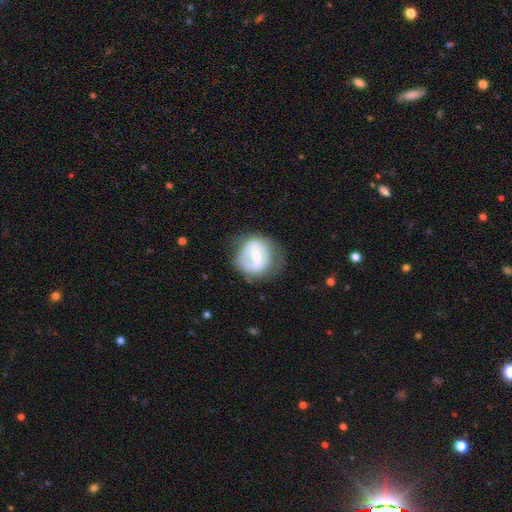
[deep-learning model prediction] smooth_or_featured: featured or disk (p=0.61) [alt: smooth p=0.33]
disk_edge_on: no (p=0.97) [alt: yes p=0.03]
bar: weak (p=0.43) [alt: strong p=0.41]
has_spiral_arms: yes (p=0.57) [alt: no p=0.43]
bulge_size: moderate (p=0.52) [alt: small p=0.36]
merging: none (p=0.59) [alt: minor disturbance p=0.25]